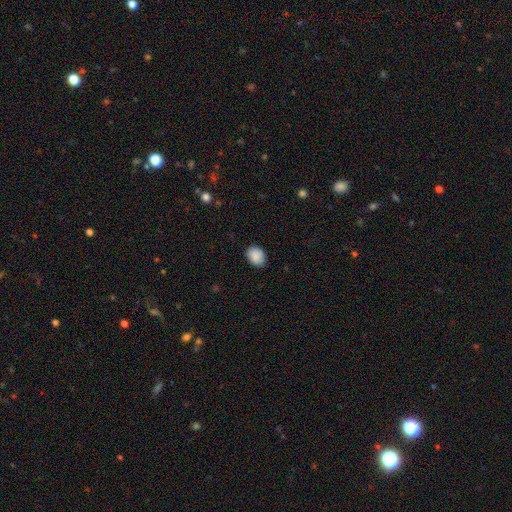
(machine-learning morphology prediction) Overall: smooth (90%). How rounded: in between (61%; round 38%). Merging: none (85%).